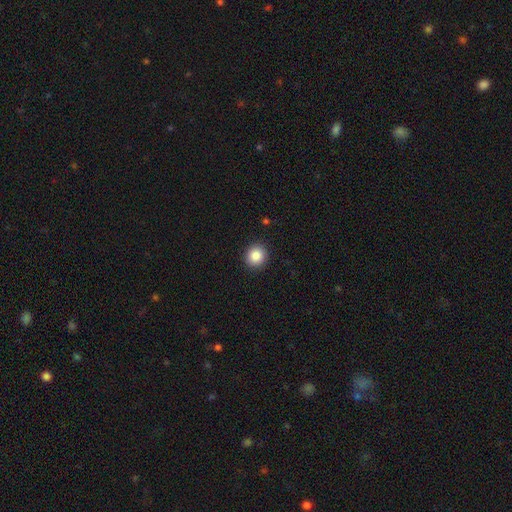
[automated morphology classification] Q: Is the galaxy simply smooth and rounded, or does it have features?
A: smooth — 86%.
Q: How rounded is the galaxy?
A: round — 88%.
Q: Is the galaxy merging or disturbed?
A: none — 92%.